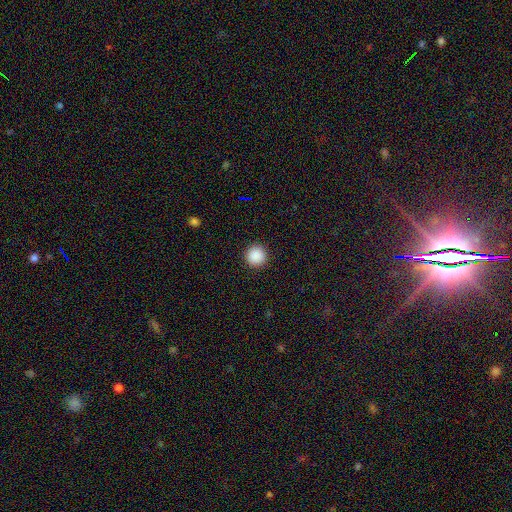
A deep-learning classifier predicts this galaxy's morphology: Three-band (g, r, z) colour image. It shows a smooth galaxy with no disk features (89%) that is round (95%). Merging: none (92%).